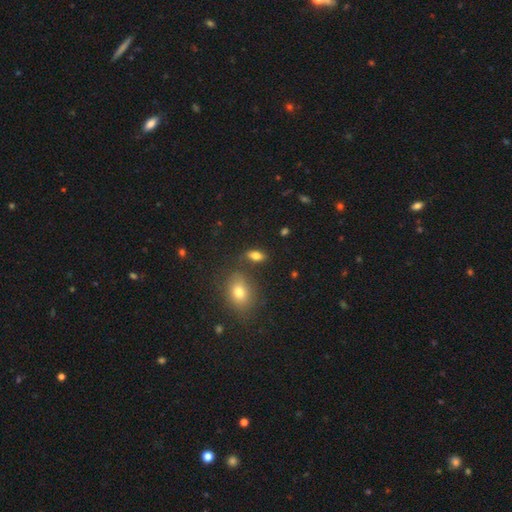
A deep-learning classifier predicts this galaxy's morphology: Smooth or featured: smooth — 75% (featured or disk — 14%)
How rounded: in between — 82% (cigar-shaped — 10%)
Merging: none — 77% (minor disturbance — 12%)